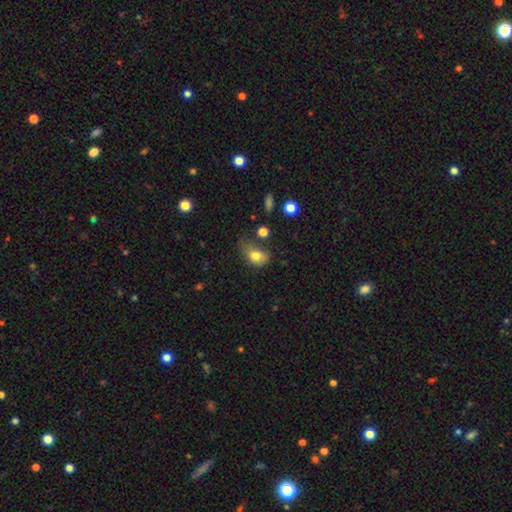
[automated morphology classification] smooth 76%, featured or disk 13%, star or artifact 11%. Down the decision tree: how rounded — in between (71%); merging — minor disturbance (36%).